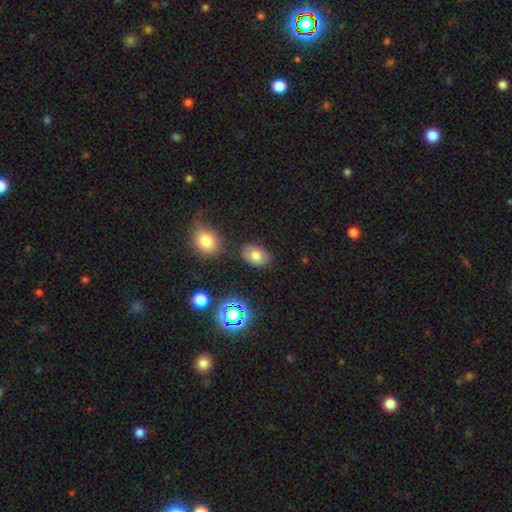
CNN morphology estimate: smooth_or_featured: smooth (p=0.76) [alt: star or artifact p=0.12]
how_rounded: in between (p=0.84) [alt: round p=0.14]
merging: none (p=0.81) [alt: minor disturbance p=0.11]